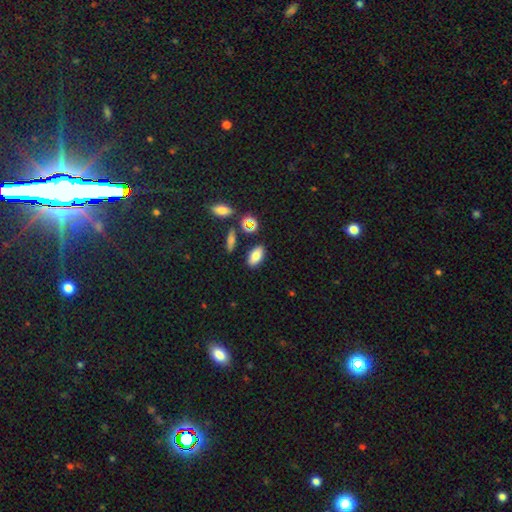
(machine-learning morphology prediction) This is likely a smooth galaxy (78%). How rounded: clearly in between (88%). Merging: clearly none (82%).